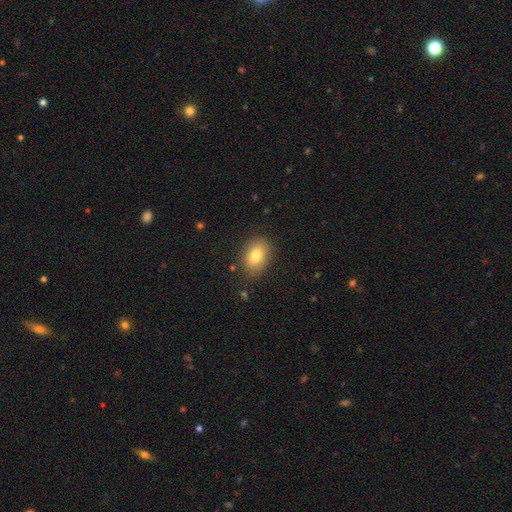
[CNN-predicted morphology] Q: Smooth or featured?
A: smooth (80%); runner-up: featured or disk (11%)
Q: How rounded?
A: in between (76%); runner-up: round (23%)
Q: Merging?
A: none (82%); runner-up: minor disturbance (13%)